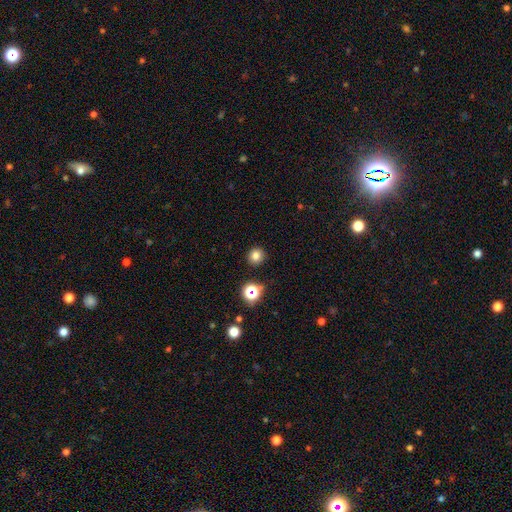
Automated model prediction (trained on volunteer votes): Morphology: type=smooth (79%); roundness=round (93%); merging=none (91%).